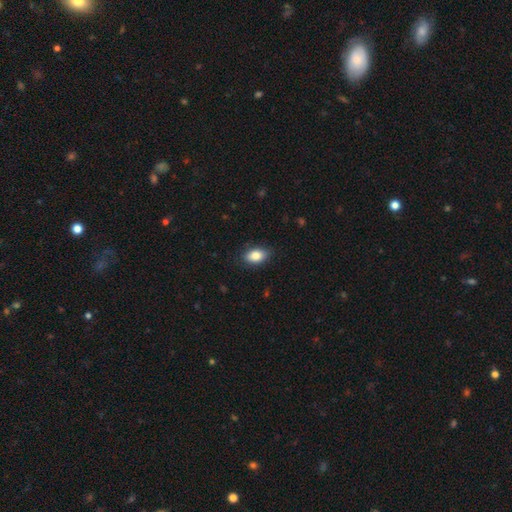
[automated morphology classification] The model was most divided on "merging": none: 86%, minor disturbance: 11%, major disturbance: 2%, merger: 1%. More confident: how rounded — in between (89%); smooth or featured — smooth (84%).